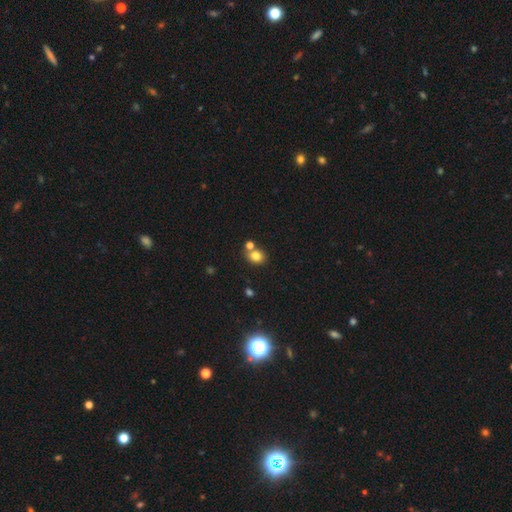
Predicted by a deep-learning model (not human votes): Q: Smooth or featured?
A: smooth (79%); runner-up: star or artifact (12%)
Q: How rounded?
A: round (61%); runner-up: in between (38%)
Q: Merging?
A: none (60%); runner-up: merger (27%)